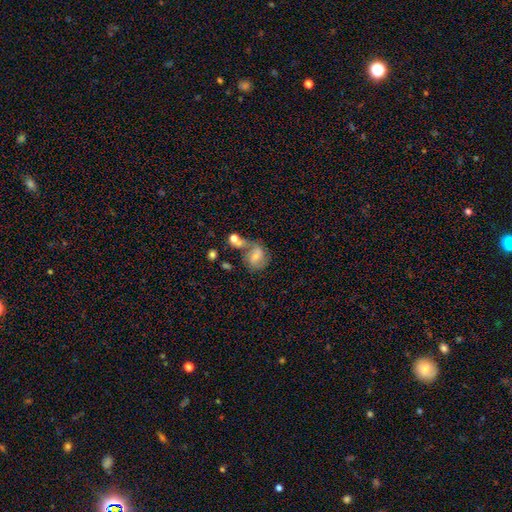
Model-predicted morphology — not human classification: Overall: featured or disk (57%; smooth 30%). Edge-on disk: no (97%). Bar: weak (48%; no 34%). Spiral arms: yes (83%). Bulge size: moderate (44%; small 40%). Merging: none (46%; merger 27%).